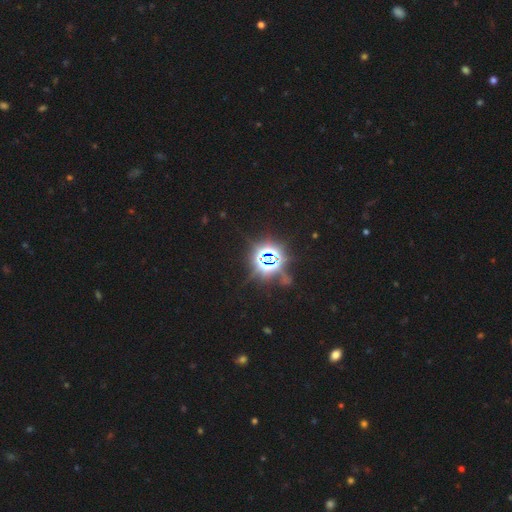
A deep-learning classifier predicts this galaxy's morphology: Q: Smooth or featured?
A: star or artifact (82%); runner-up: smooth (10%)